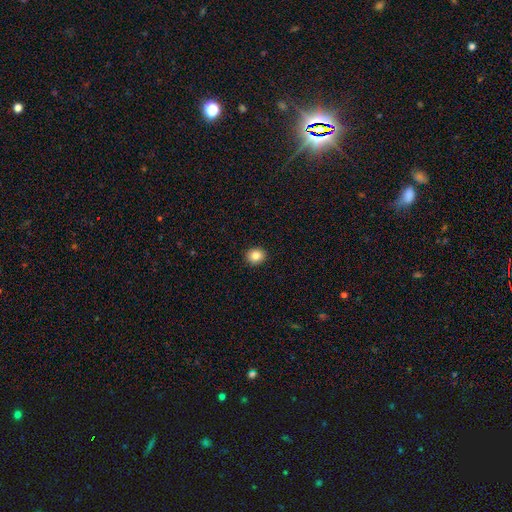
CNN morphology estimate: A smooth galaxy with no disk features (84%) that is round (82%).

Vote fractions:
- Smooth or featured? smooth: 84% / star or artifact: 10% / featured or disk: 6%
- How rounded? round: 82% / in between: 17% / cigar-shaped: 1%
- Merging? none: 92% / minor disturbance: 5% / major disturbance: 2% / merger: 1%